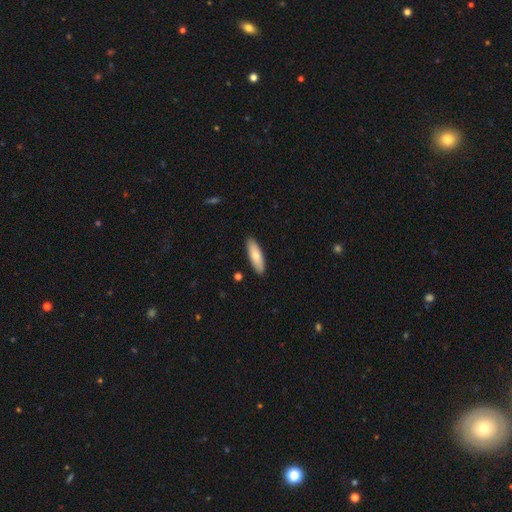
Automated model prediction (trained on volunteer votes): Smooth or featured: smooth — 73% (featured or disk — 21%)
How rounded: in between — 50% (cigar-shaped — 48%)
Merging: none — 90% (minor disturbance — 7%)